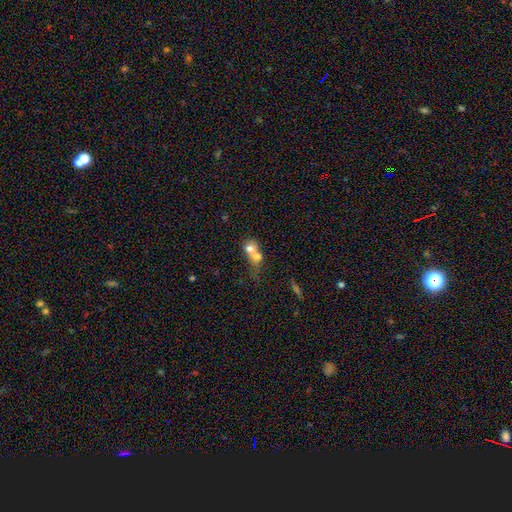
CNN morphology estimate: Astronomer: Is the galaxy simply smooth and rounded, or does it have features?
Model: smooth — 65%.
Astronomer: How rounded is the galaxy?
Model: round — 59% (runner-up: in between, 38%).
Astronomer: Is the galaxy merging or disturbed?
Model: merger — 74%.